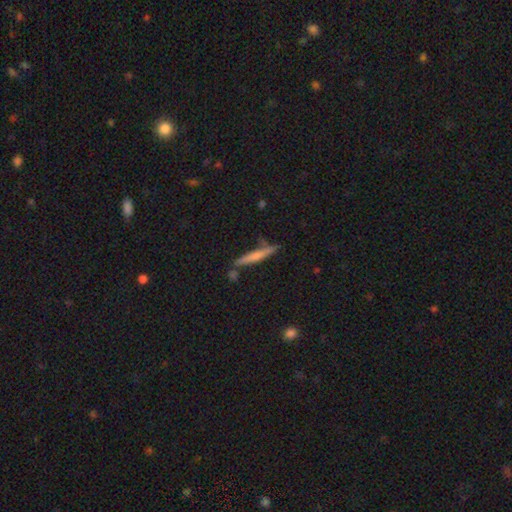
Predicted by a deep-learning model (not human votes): Smooth or featured?
  - smooth: 56% *
  - featured or disk: 38%
  - star or artifact: 7%
How rounded?
  - cigar-shaped: 94% *
  - in between: 4%
  - round: 2%
Merging?
  - none: 75% *
  - minor disturbance: 14%
  - merger: 7%
  - major disturbance: 3%